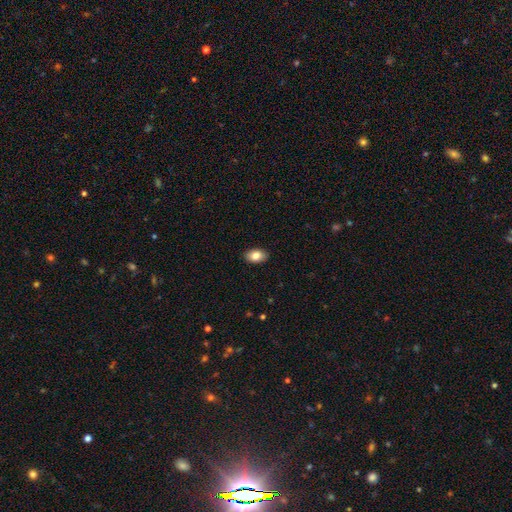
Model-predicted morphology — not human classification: This is clearly a smooth galaxy (84%). How rounded: clearly in between (90%). Merging: clearly none (90%).